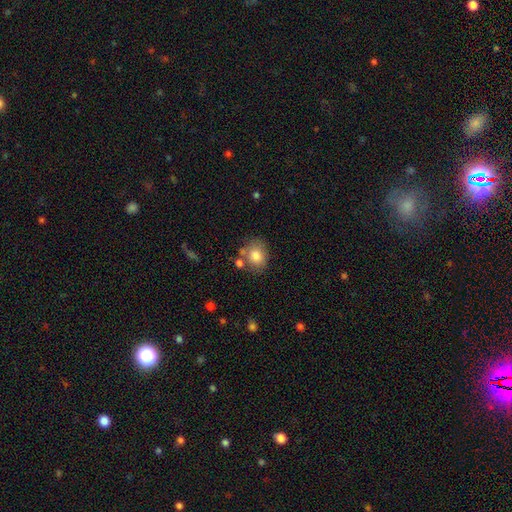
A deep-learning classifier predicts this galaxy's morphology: A smooth galaxy with no disk features (80%) that is round (63%).

Vote fractions:
- Smooth or featured? smooth: 80% / featured or disk: 11% / star or artifact: 9%
- How rounded? round: 63% / in between: 36% / cigar-shaped: 1%
- Merging? none: 66% / minor disturbance: 16% / merger: 13% / major disturbance: 5%